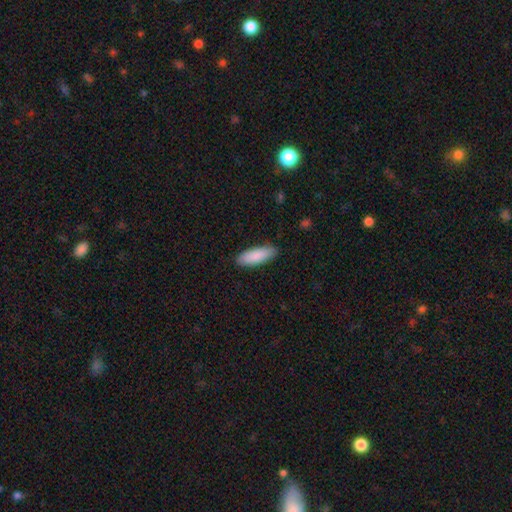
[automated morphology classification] A smooth galaxy with no disk features (89%) that is in between round and cigar-shaped (60%).

Vote fractions:
- Smooth or featured? smooth: 89% / featured or disk: 5% / star or artifact: 5%
- How rounded? in between: 60% / cigar-shaped: 38% / round: 1%
- Merging? none: 88% / minor disturbance: 9% / major disturbance: 2% / merger: 1%